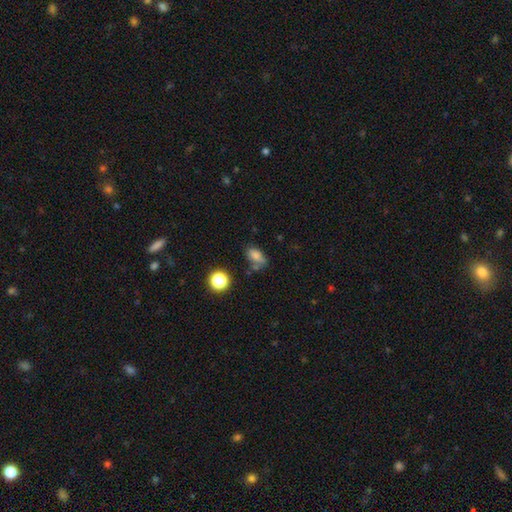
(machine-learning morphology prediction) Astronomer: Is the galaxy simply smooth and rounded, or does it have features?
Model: smooth — 78%.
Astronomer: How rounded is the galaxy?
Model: in between — 82%.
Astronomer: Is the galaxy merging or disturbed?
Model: none — 52%.